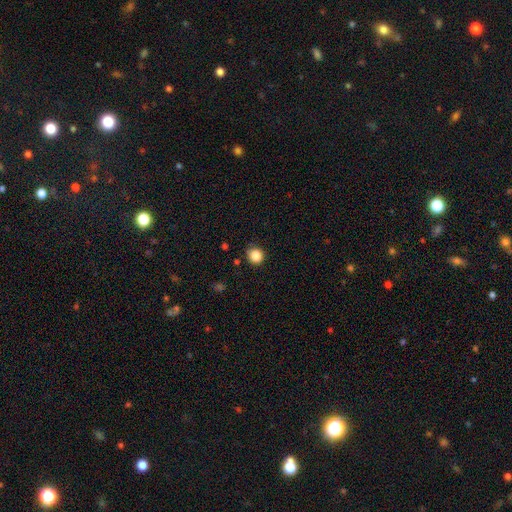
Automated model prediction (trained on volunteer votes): Smooth or featured?
  - smooth: 85% *
  - star or artifact: 11%
  - featured or disk: 4%
How rounded?
  - round: 90% *
  - in between: 9%
  - cigar-shaped: 1%
Merging?
  - none: 85% *
  - minor disturbance: 11%
  - major disturbance: 2%
  - merger: 2%